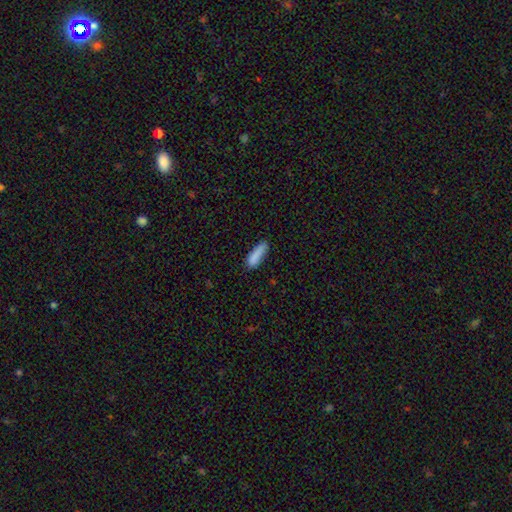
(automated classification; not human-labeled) Smooth or featured? Predicted: smooth (p=0.86). How rounded? Predicted: cigar-shaped (p=0.62). Merging? Predicted: none (p=0.70).